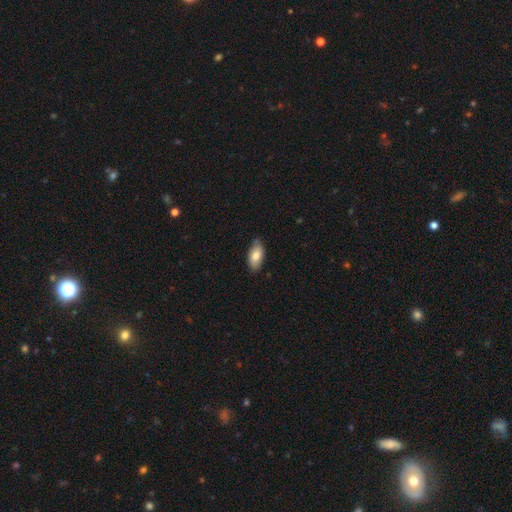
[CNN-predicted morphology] The model was most divided on "merging": none: 81%, minor disturbance: 16%, major disturbance: 2%, merger: 1%. More confident: how rounded — in between (93%); smooth or featured — smooth (80%).